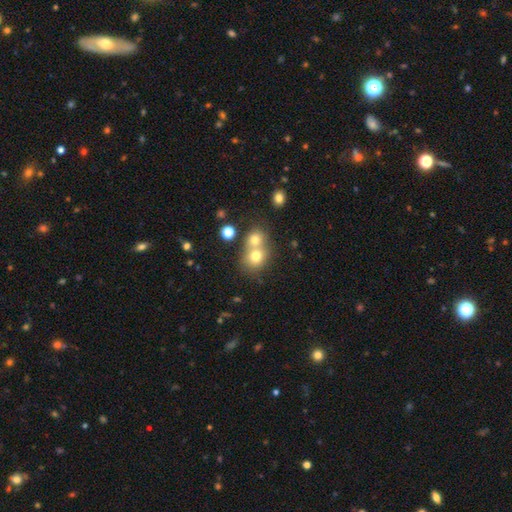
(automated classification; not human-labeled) A smooth galaxy with no disk features (73%) that is round (74%). Merging: merger (58%).